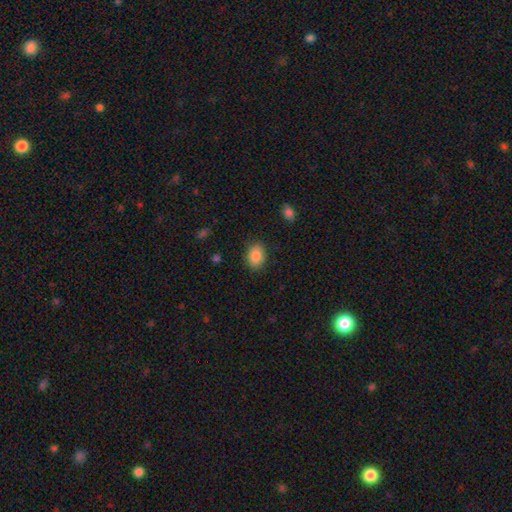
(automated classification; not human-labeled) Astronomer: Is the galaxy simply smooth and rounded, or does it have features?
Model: smooth — 86%.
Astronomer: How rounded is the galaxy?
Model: in between — 71%.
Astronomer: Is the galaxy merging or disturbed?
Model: none — 86%.